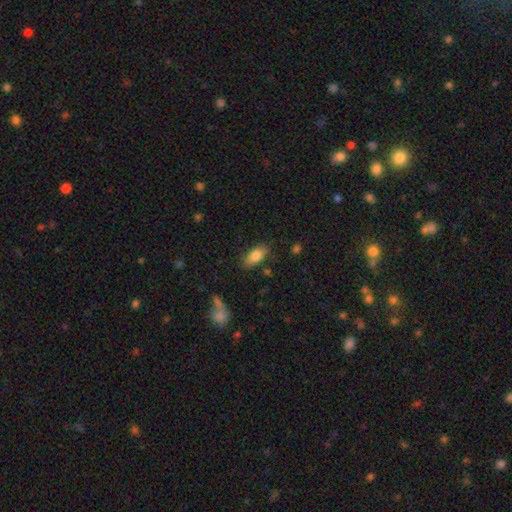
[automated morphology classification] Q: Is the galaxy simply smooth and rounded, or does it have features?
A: smooth — 81%.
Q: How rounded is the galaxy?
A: in between — 87%.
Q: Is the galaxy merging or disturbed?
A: none — 81%.